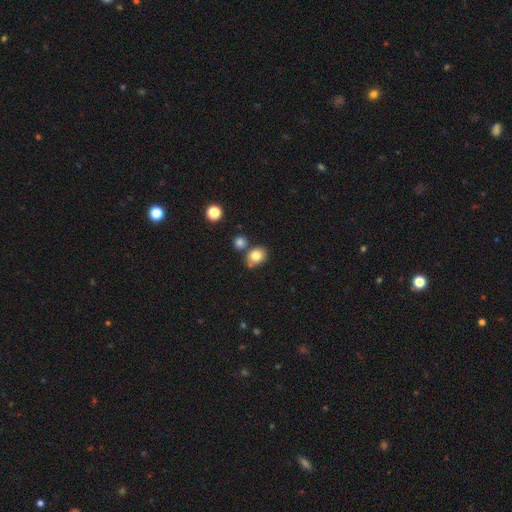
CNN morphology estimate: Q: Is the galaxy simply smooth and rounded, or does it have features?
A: smooth — 82%.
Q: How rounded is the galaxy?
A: round — 56%.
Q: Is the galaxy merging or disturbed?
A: none — 69%.